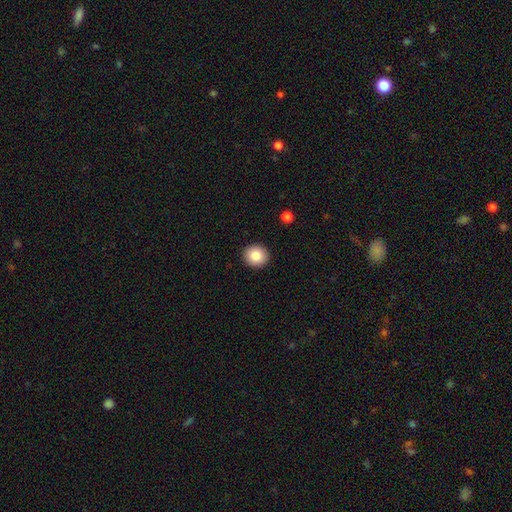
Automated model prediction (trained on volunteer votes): Q: Smooth or featured?
A: smooth (84%); runner-up: star or artifact (9%)
Q: How rounded?
A: round (88%); runner-up: in between (11%)
Q: Merging?
A: none (92%); runner-up: minor disturbance (5%)